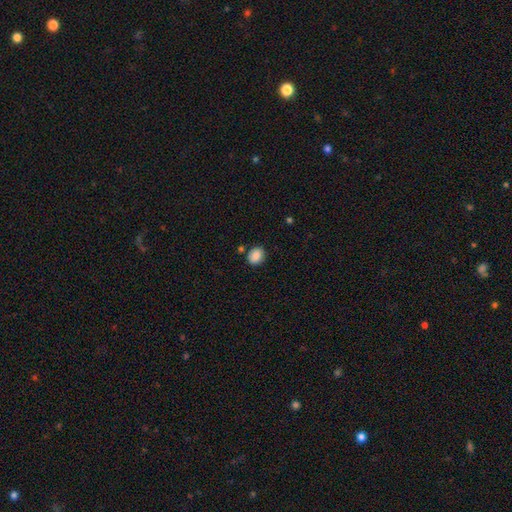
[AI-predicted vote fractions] This is clearly a smooth galaxy (86%). How rounded: likely round (61%). Merging: clearly none (82%).